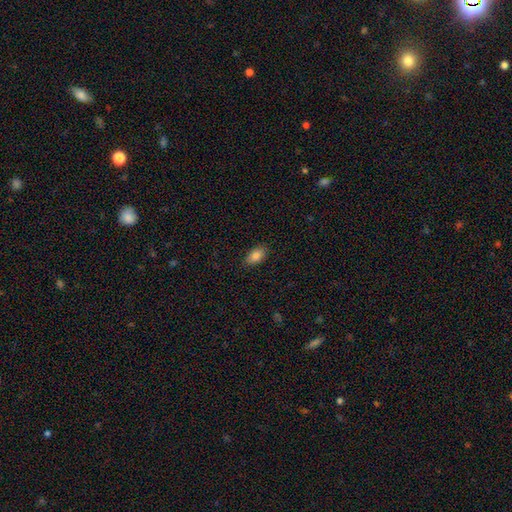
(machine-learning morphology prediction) A smooth galaxy with no disk features (84%) that is in between round and cigar-shaped (91%). Merging: none (87%).